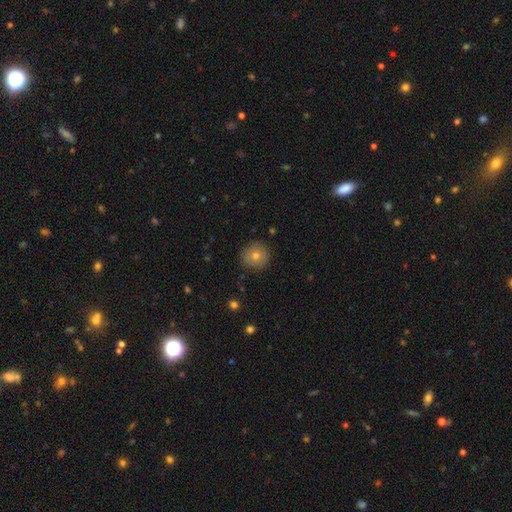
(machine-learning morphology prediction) This is likely a smooth galaxy (74%). How rounded: clearly round (94%). Merging: clearly none (89%).